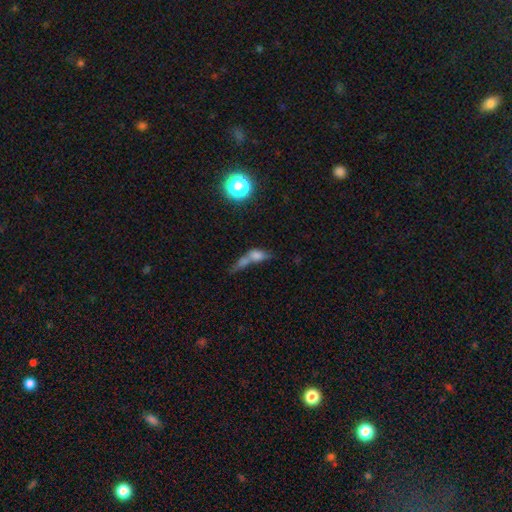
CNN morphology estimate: smooth_or_featured: smooth (p=0.55) [alt: featured or disk p=0.24]
how_rounded: in between (p=0.53) [alt: round p=0.28]
merging: merger (p=0.55) [alt: none p=0.23]